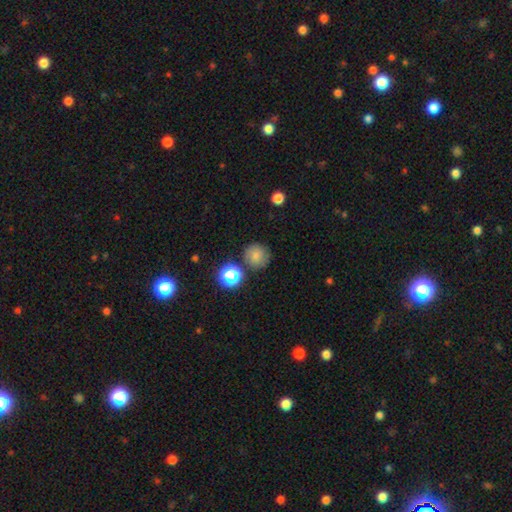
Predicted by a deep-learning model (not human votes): A smooth galaxy with no disk features (76%) that is round (92%). Merging: none (79%).